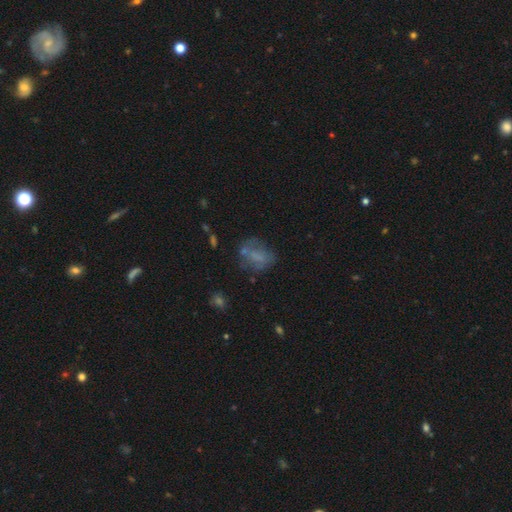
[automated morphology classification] Smooth or featured?
  - smooth: 51% *
  - featured or disk: 34%
  - star or artifact: 16%
How rounded?
  - in between: 68% *
  - round: 28%
  - cigar-shaped: 4%
Merging?
  - none: 50% *
  - minor disturbance: 22%
  - major disturbance: 19%
  - merger: 8%